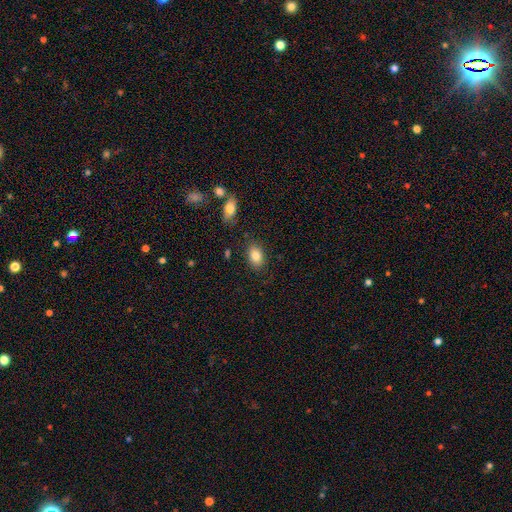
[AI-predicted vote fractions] smooth 84%, star or artifact 8%, featured or disk 8%. Down the decision tree: how rounded — in between (84%); merging — none (84%).